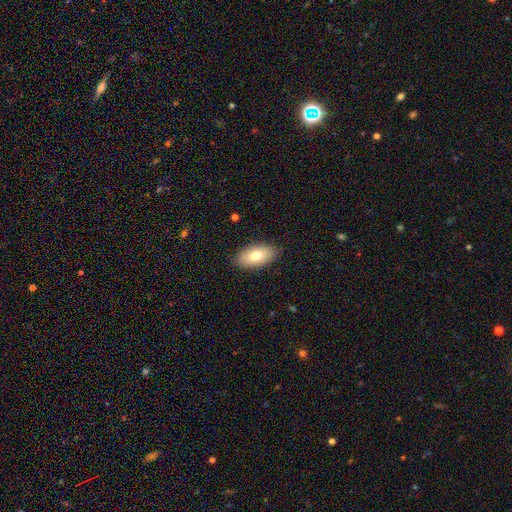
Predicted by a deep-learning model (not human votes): smooth-or-featured: smooth: 75% | featured or disk: 17% | star or artifact: 7%
  how-rounded: in between: 92% | cigar-shaped: 4% | round: 4%
  merging: none: 86% | minor disturbance: 10% | major disturbance: 2% | merger: 1%